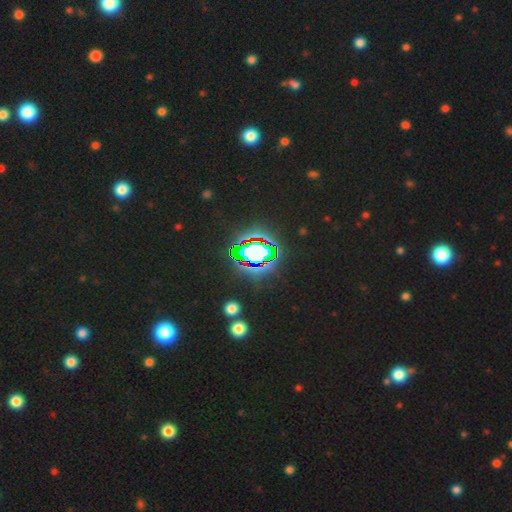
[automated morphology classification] star or artifact 73%, smooth 16%, featured or disk 11%.